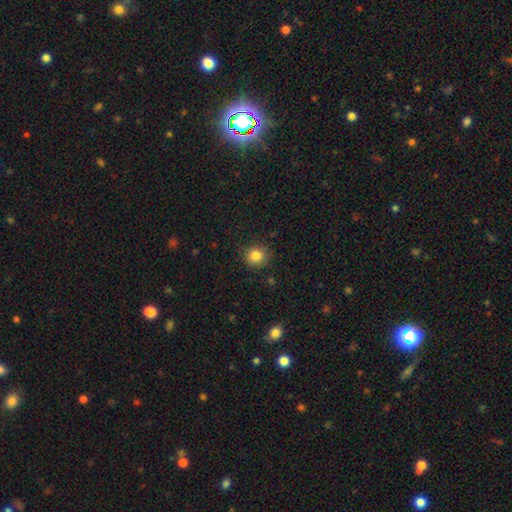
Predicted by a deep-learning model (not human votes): smooth_or_featured: smooth (p=0.84) [alt: star or artifact p=0.11]
how_rounded: round (p=0.89) [alt: in between p=0.10]
merging: none (p=0.88) [alt: minor disturbance p=0.08]